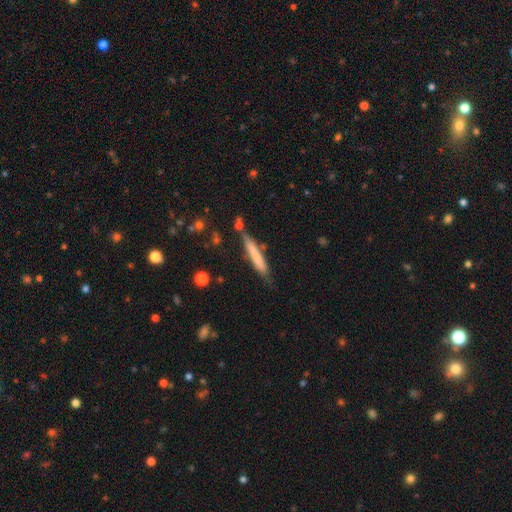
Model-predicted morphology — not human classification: Smooth or featured? smooth (68%)
How rounded? cigar-shaped (94%)
Merging? none (73%)